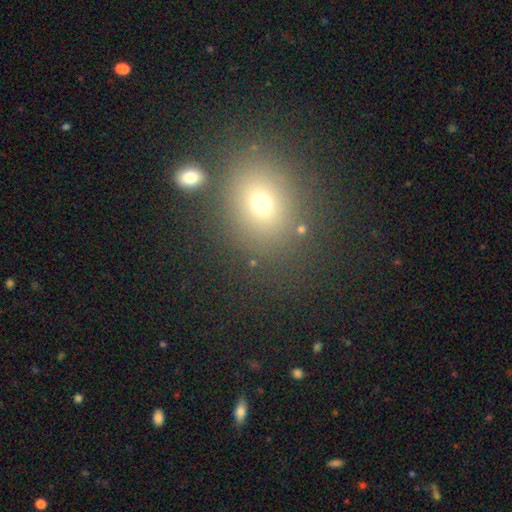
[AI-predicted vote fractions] Smooth or featured?
  - smooth: 64% *
  - star or artifact: 25%
  - featured or disk: 11%
How rounded?
  - round: 62% *
  - in between: 37%
  - cigar-shaped: 1%
Merging?
  - none: 81% *
  - minor disturbance: 9%
  - merger: 6%
  - major disturbance: 4%